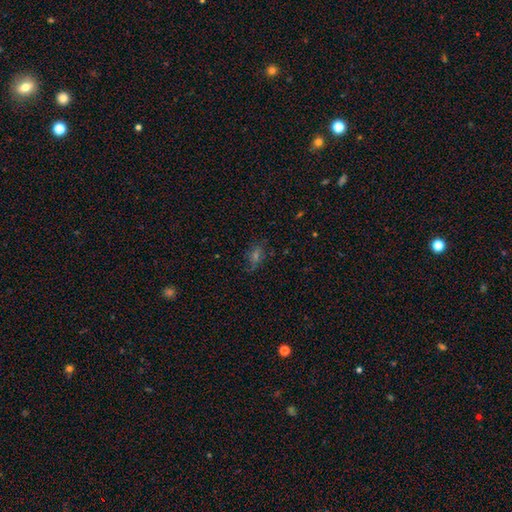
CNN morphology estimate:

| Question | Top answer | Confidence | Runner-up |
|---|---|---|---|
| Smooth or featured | featured or disk | 34% | tied: star or artifact (34%) |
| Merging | none | 70% | minor disturbance (18%) |